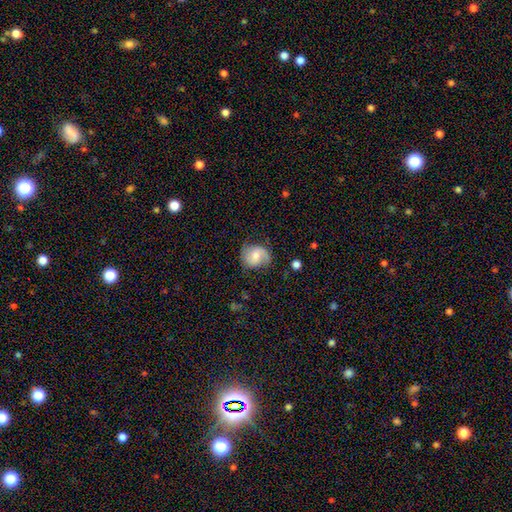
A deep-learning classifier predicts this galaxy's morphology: A featured or disk galaxy (49%).

Vote fractions:
- Smooth or featured? featured or disk: 49% / smooth: 43% / star or artifact: 8%
- Merging? none: 65% / minor disturbance: 24% / major disturbance: 9% / merger: 2%